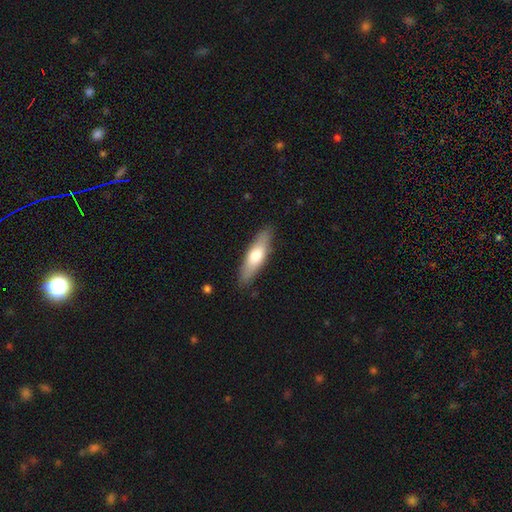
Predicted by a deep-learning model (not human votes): Smooth or featured? smooth (62%)
How rounded? cigar-shaped (60%)
Merging? none (86%)